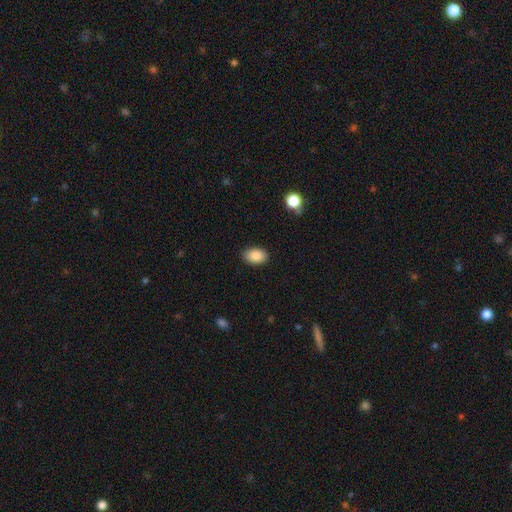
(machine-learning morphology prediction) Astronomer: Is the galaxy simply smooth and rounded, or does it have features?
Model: smooth — 88%.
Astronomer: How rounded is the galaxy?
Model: in between — 88%.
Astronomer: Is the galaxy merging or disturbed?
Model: none — 87%.